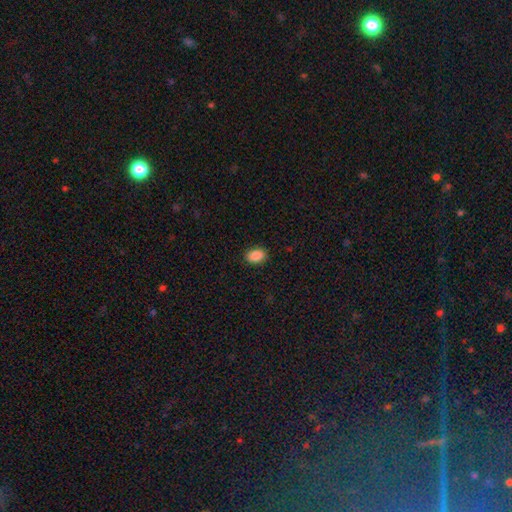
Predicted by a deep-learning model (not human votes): Q: Smooth or featured?
A: smooth (89%); runner-up: star or artifact (8%)
Q: How rounded?
A: in between (83%); runner-up: round (15%)
Q: Merging?
A: none (89%); runner-up: minor disturbance (8%)